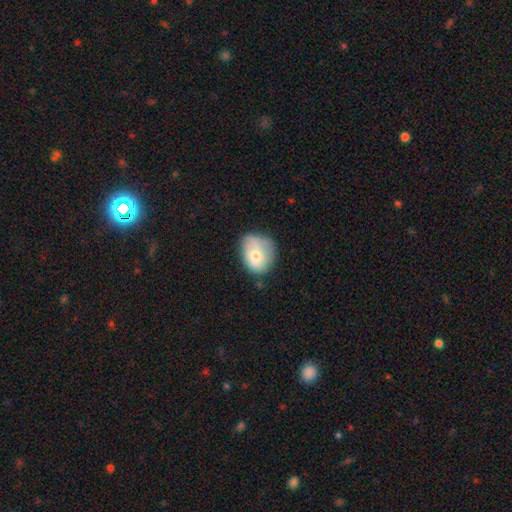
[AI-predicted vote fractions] A smooth galaxy with no disk features (65%) that is in between round and cigar-shaped (52%). Merging: none (45%).